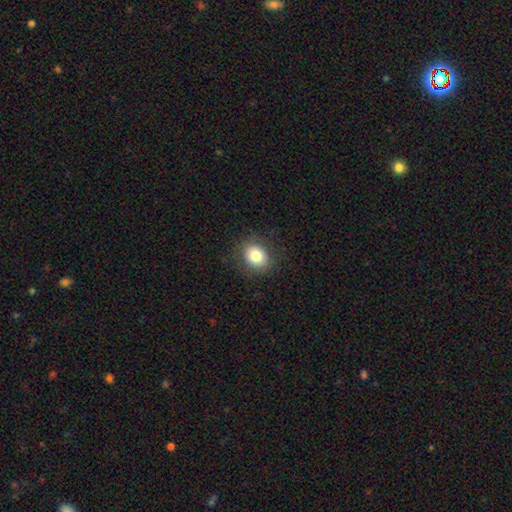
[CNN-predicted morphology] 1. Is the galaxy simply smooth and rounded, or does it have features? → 81% smooth, 10% star or artifact, 9% featured or disk.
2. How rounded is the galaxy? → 62% round, 37% in between, 1% cigar-shaped.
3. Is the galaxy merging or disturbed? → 87% none, 9% minor disturbance, 3% major disturbance, 1% merger.